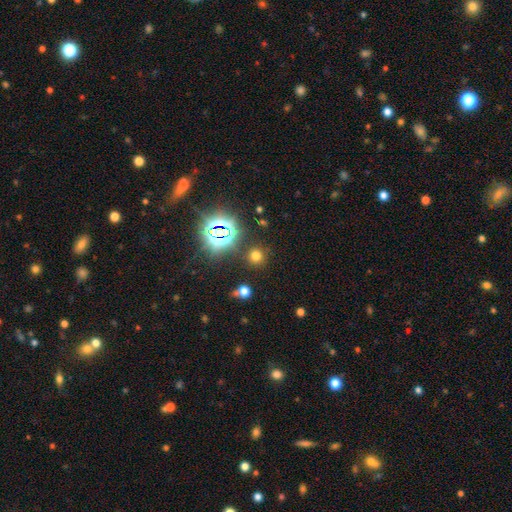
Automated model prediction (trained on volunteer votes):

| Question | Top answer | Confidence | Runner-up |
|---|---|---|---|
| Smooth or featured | smooth | 61% | star or artifact (32%) |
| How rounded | round | 92% | in between (7%) |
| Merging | none | 87% | minor disturbance (7%) |